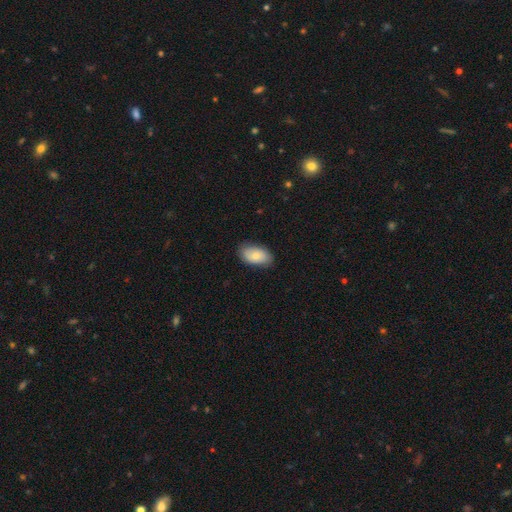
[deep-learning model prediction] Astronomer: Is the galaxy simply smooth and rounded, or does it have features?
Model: smooth — 75%.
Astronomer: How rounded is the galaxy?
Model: in between — 93%.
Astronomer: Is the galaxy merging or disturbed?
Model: none — 82%.